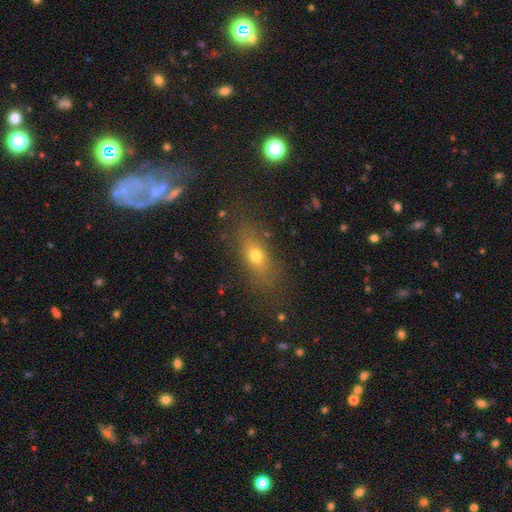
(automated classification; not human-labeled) Q: Smooth or featured?
A: smooth (65%); runner-up: featured or disk (20%)
Q: How rounded?
A: in between (65%); runner-up: cigar-shaped (21%)
Q: Merging?
A: none (78%); runner-up: minor disturbance (13%)